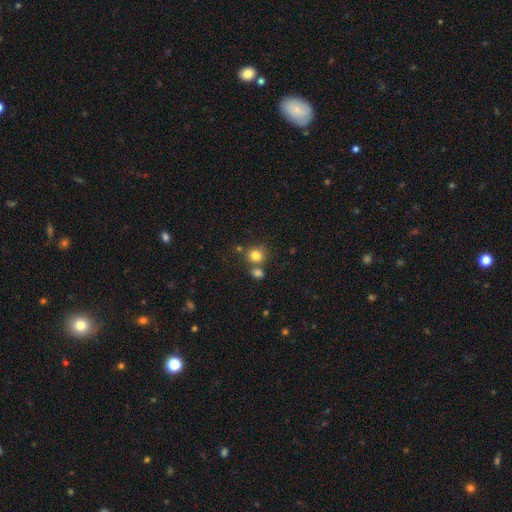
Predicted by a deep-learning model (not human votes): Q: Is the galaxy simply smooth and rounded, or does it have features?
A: smooth — 81%.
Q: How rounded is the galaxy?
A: round — 84%.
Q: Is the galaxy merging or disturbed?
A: none — 61%.